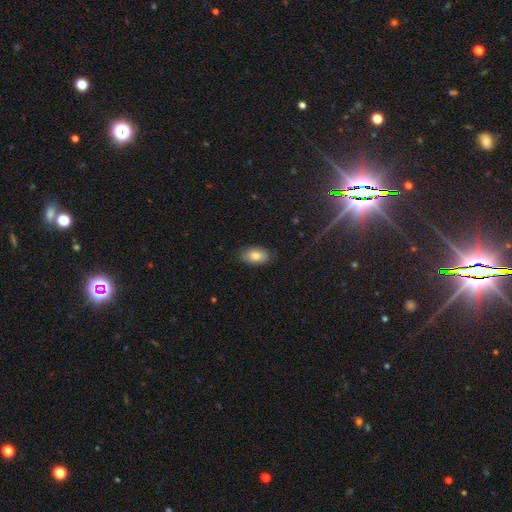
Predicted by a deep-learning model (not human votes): smooth 82%, featured or disk 10%, star or artifact 7%. Down the decision tree: how rounded — in between (92%); merging — none (84%).